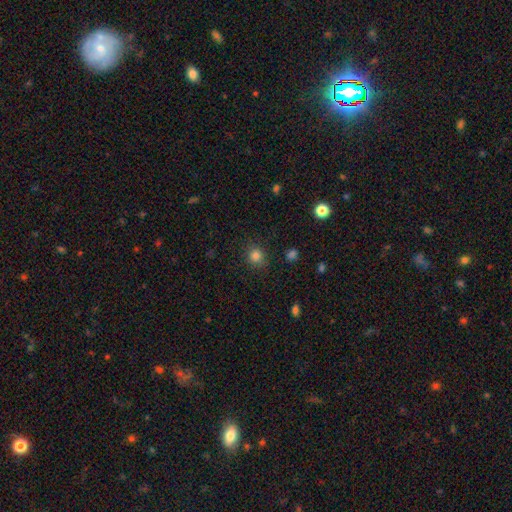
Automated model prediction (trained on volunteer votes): The model was most divided on "smooth or featured": smooth: 82%, star or artifact: 13%, featured or disk: 5%. More confident: merging — none (87%); how rounded — round (86%).